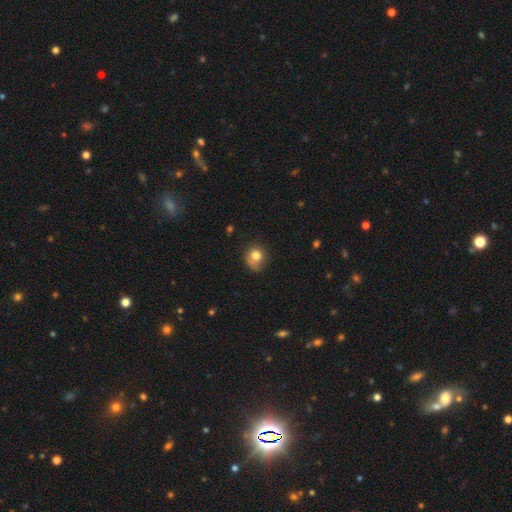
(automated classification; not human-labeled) Smooth or featured? smooth (77%)
How rounded? round (72%)
Merging? none (49%)